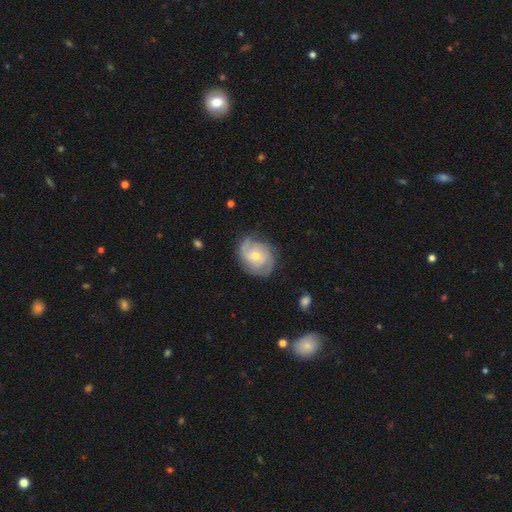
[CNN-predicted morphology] This is likely a featured or disk galaxy (78%). It is clearly not viewed edge-on (97%). Bar: likely no (70%). Spiral arm pattern: clearly yes (94%). Spiral arm count: marginally 2 (31%). Spiral winding: marginally tight (43%). Central bulge: possibly small (50%). Merging: likely none (70%).